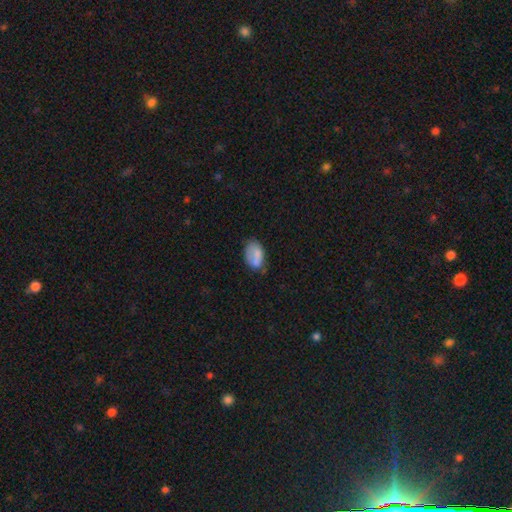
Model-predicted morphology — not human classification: This appears to be a smooth galaxy with no disk features (73%) that is in between round and cigar-shaped (90%). Merging: none (50%).